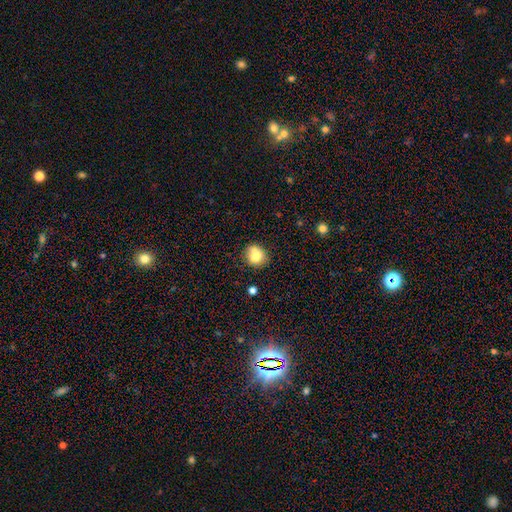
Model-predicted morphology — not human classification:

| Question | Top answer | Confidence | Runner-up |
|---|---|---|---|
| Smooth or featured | smooth | 75% | featured or disk (15%) |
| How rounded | round | 77% | in between (22%) |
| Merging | none | 58% | merger (22%) |